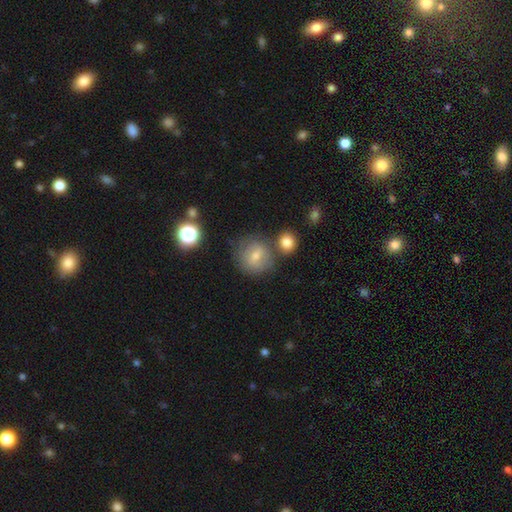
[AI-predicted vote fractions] This is likely a smooth galaxy (61%). How rounded: clearly round (87%). Merging: likely none (65%).